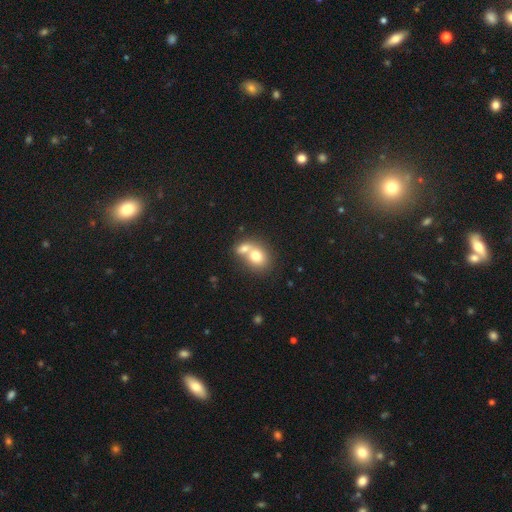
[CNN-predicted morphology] The model was most divided on "how rounded": round: 54%, in between: 45%, cigar-shaped: 1%. More confident: smooth or featured — smooth (73%); merging — merger (63%).